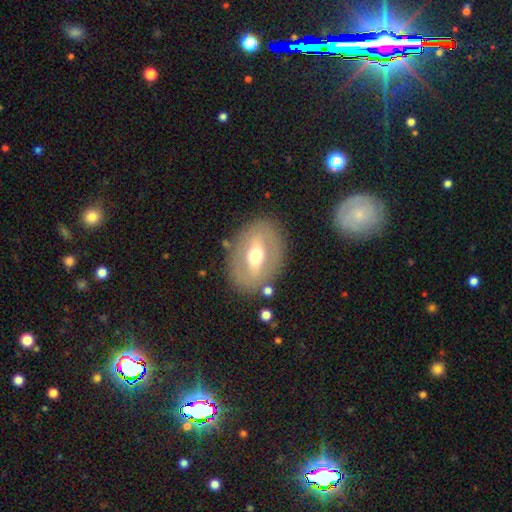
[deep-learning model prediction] A featured or disk galaxy (58%). Merging: none (81%).